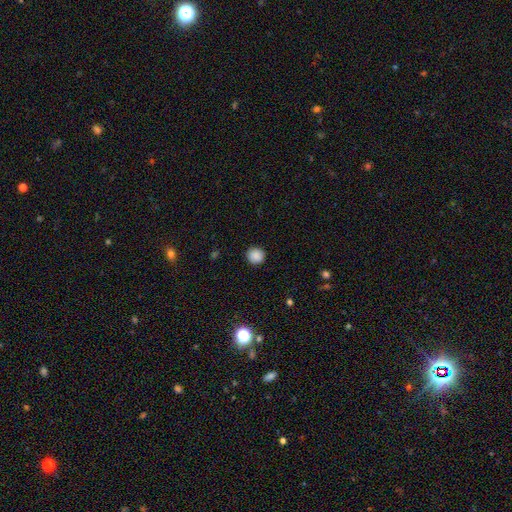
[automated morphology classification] This appears to be a smooth galaxy with no disk features (87%) that is round (93%). Merging: none (91%).